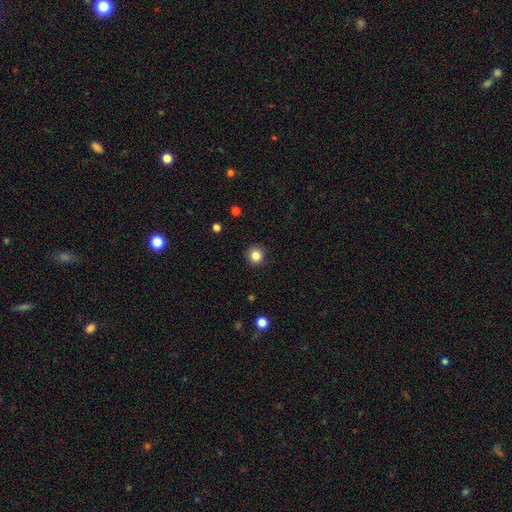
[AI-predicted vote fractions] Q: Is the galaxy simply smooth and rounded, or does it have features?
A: smooth — 84%.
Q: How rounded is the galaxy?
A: round — 94%.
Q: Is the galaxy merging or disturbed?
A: none — 92%.